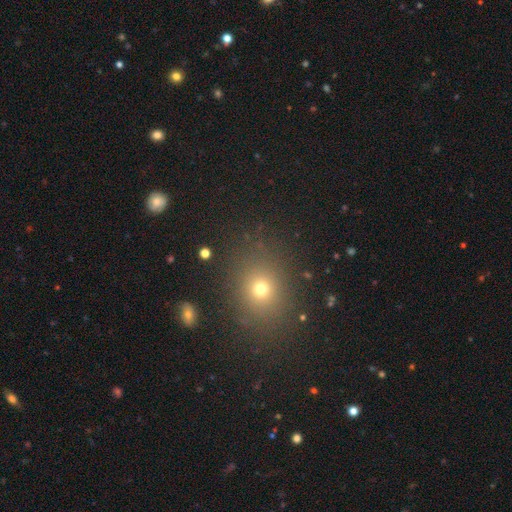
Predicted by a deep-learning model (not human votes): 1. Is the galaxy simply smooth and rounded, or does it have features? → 60% smooth, 32% star or artifact, 8% featured or disk.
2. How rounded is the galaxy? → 56% round, 43% in between, 1% cigar-shaped.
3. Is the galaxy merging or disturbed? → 89% none, 7% minor disturbance, 2% major disturbance, 2% merger.